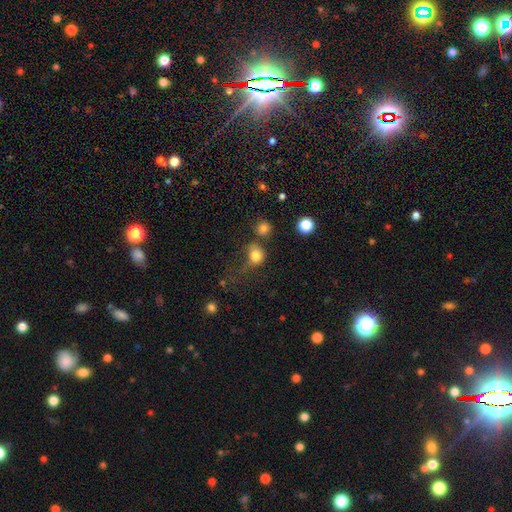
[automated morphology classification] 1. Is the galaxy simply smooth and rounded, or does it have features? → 80% smooth, 12% star or artifact, 8% featured or disk.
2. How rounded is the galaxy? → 76% round, 23% in between, 1% cigar-shaped.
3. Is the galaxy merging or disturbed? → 42% none, 23% major disturbance, 22% minor disturbance, 14% merger.